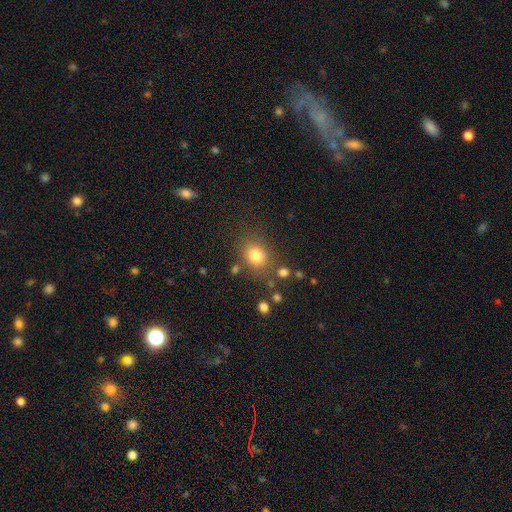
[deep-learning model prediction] This is likely a smooth galaxy (79%). How rounded: possibly round (58%). Merging: likely none (77%).